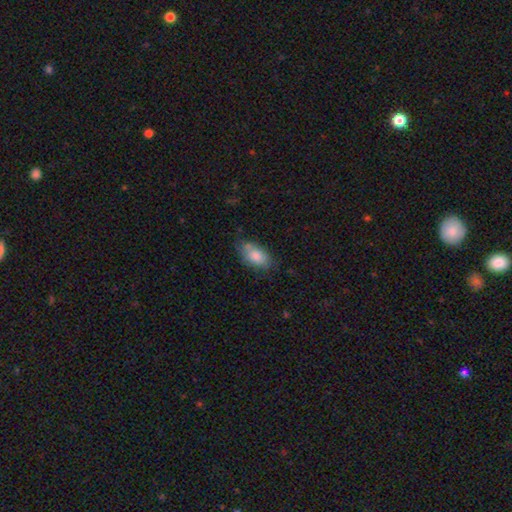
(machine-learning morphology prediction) The model was most divided on "merging": none: 60%, minor disturbance: 27%, major disturbance: 8%, merger: 5%. More confident: how rounded — in between (91%); smooth or featured — smooth (80%).